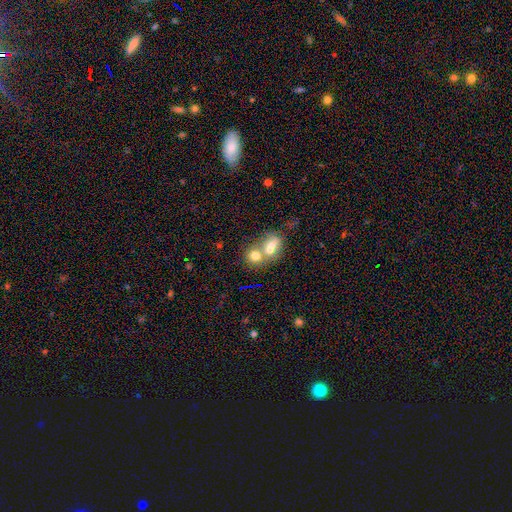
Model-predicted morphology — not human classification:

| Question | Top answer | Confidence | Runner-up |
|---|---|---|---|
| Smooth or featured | smooth | 70% | featured or disk (19%) |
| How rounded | round | 60% | in between (37%) |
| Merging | merger | 63% | none (27%) |